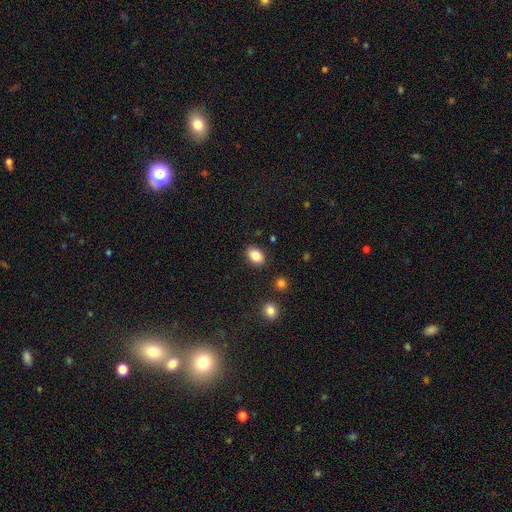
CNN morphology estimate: smooth_or_featured: smooth (p=0.86) [alt: star or artifact p=0.08]
how_rounded: in between (p=0.82) [alt: round p=0.16]
merging: none (p=0.88) [alt: minor disturbance p=0.08]